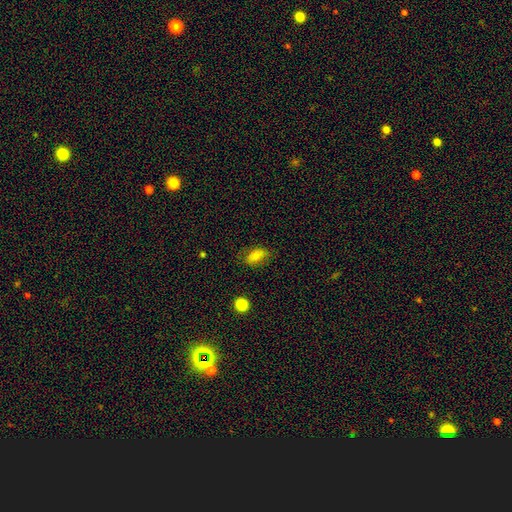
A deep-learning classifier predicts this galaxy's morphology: smooth_or_featured: smooth (p=0.76) [alt: featured or disk p=0.15]
how_rounded: in between (p=0.87) [alt: round p=0.08]
merging: none (p=0.72) [alt: minor disturbance p=0.21]